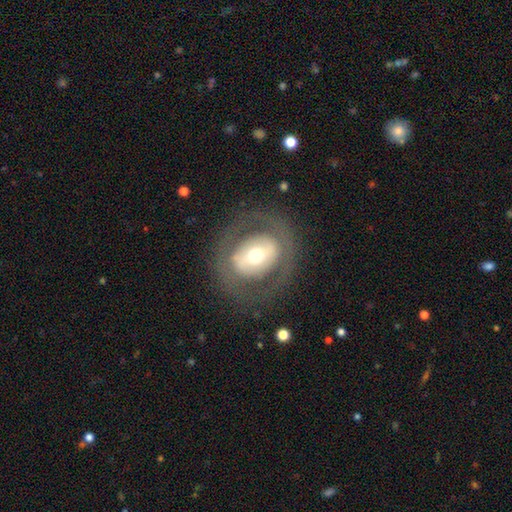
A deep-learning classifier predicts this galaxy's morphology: Overall: featured or disk (55%; smooth 38%). Edge-on disk: no (93%). Bar: no (49%; strong 27%). Spiral arms: no (86%). Bulge size: moderate (61%). Merging: none (78%).